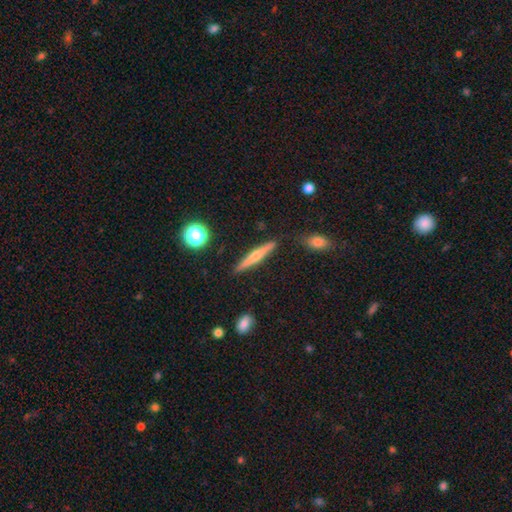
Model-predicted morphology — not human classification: Overall: featured or disk (57%; smooth 35%). Edge-on disk: yes (97%). Edge-on bulge: rounded (82%). Merging: none (89%).